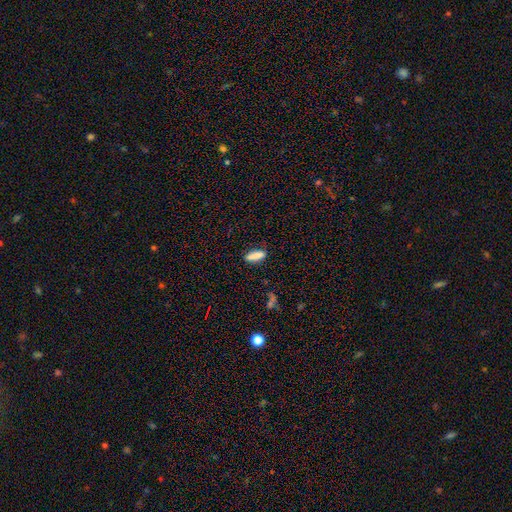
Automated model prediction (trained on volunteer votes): Q: Smooth or featured?
A: smooth (83%); runner-up: featured or disk (9%)
Q: How rounded?
A: in between (49%); tied with: cigar-shaped (49%)
Q: Merging?
A: none (82%); runner-up: minor disturbance (13%)